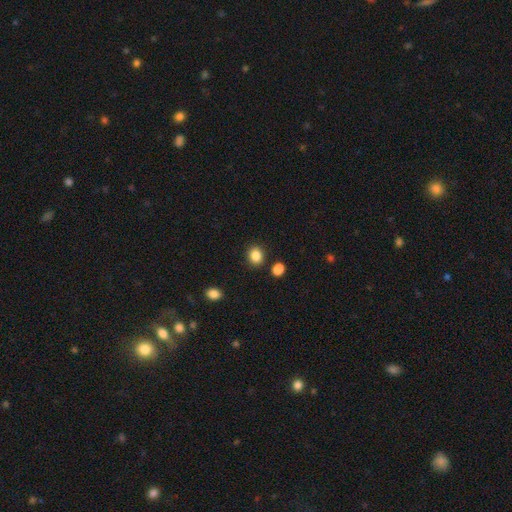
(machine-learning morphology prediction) type=smooth (86%); roundness=round (64%); merging=none (85%).